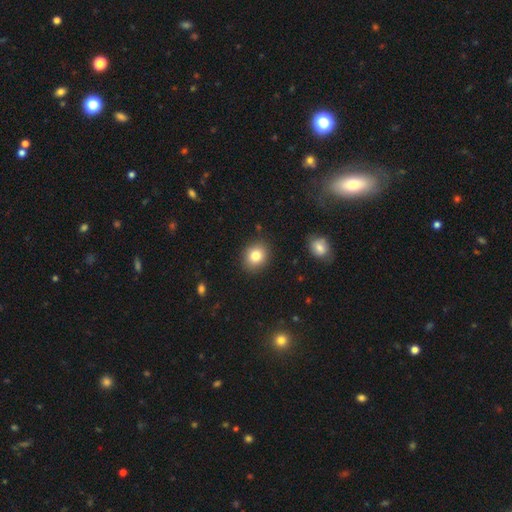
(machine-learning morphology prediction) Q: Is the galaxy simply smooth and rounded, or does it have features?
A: smooth — 81%.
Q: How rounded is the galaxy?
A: round — 64%.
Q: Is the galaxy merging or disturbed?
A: none — 88%.